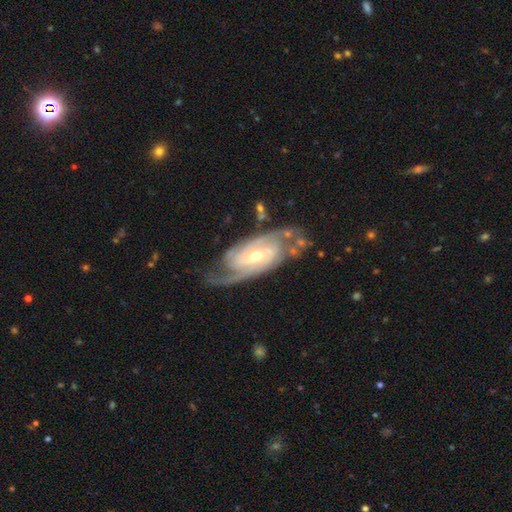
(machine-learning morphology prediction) The model was most divided on "bar": no: 42%, weak: 40%, strong: 18%. Remaining: spiral arms — yes (98%); edge-on disk — no (94%); smooth or featured — featured or disk (91%); merging — none (71%); spiral arm count — 2 (62%); spiral winding — tight (54%); bulge size — moderate (50%).